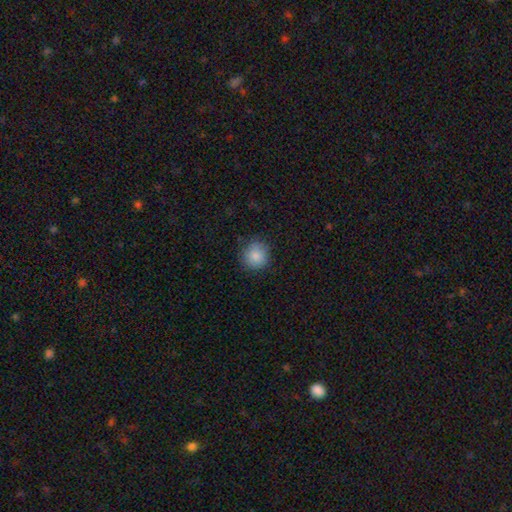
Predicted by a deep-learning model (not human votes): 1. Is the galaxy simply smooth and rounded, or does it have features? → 86% smooth, 9% star or artifact, 5% featured or disk.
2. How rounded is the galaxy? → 90% round, 9% in between, 1% cigar-shaped.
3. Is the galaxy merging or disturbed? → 83% none, 12% minor disturbance, 3% major disturbance, 1% merger.